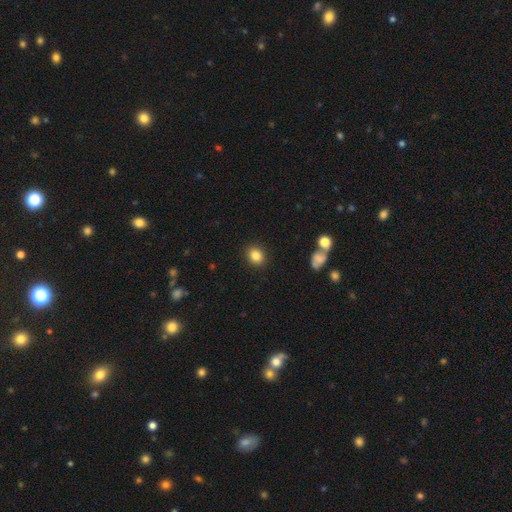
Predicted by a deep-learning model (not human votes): Overall: smooth (84%). How rounded: round (66%; in between 33%). Merging: none (90%).